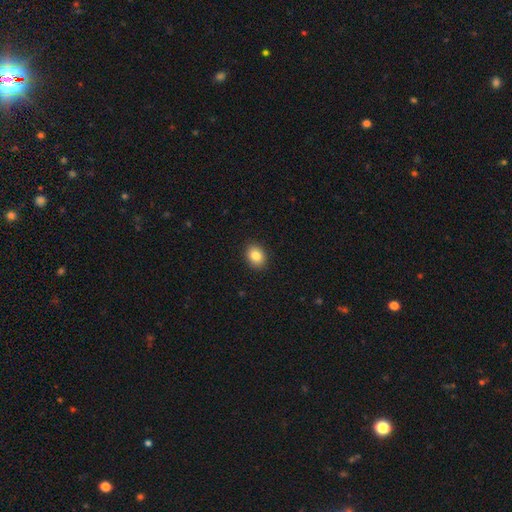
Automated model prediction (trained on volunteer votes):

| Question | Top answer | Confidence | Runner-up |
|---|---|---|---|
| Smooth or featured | smooth | 85% | star or artifact (9%) |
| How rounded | in between | 53% | round (46%) |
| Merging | none | 91% | minor disturbance (7%) |